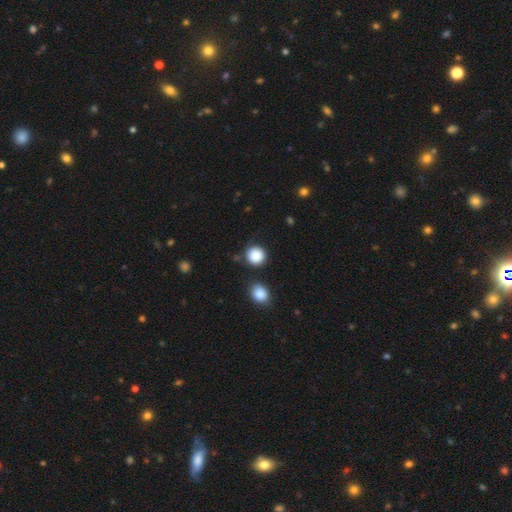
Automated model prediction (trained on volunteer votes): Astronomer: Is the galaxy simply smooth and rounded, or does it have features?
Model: smooth — 88%.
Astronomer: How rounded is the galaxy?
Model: round — 91%.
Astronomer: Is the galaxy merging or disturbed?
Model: none — 82%.